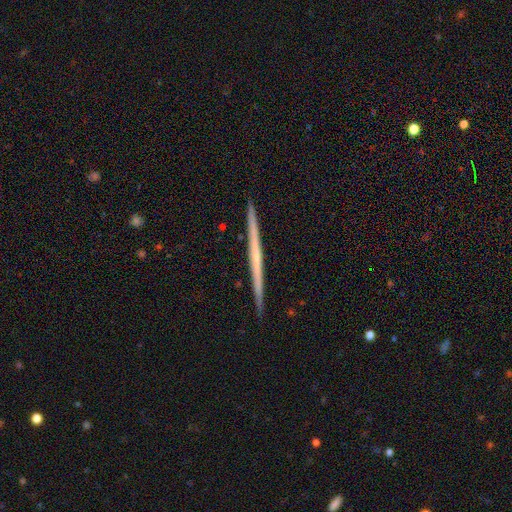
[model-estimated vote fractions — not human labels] featured or disk 64%, smooth 31%, star or artifact 6%. Down the decision tree: edge-on disk — yes (98%); edge-on bulge — none (84%); merging — none (93%).